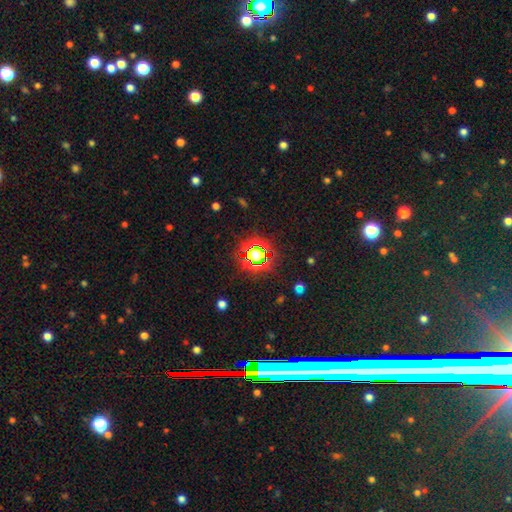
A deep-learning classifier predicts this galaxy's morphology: Q: Smooth or featured?
A: star or artifact (63%); runner-up: smooth (26%)